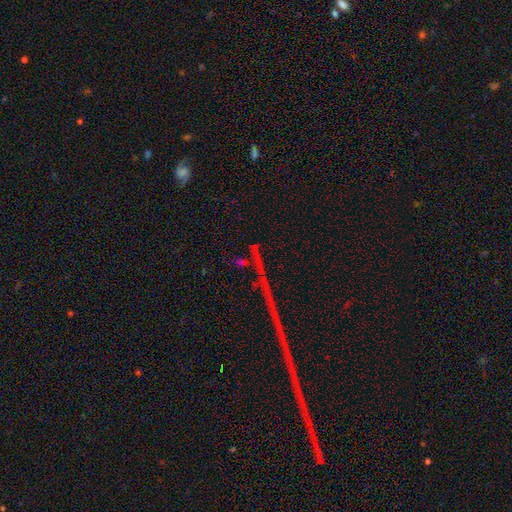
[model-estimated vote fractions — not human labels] This appears to be a star or artifact, not a galaxy (85%).